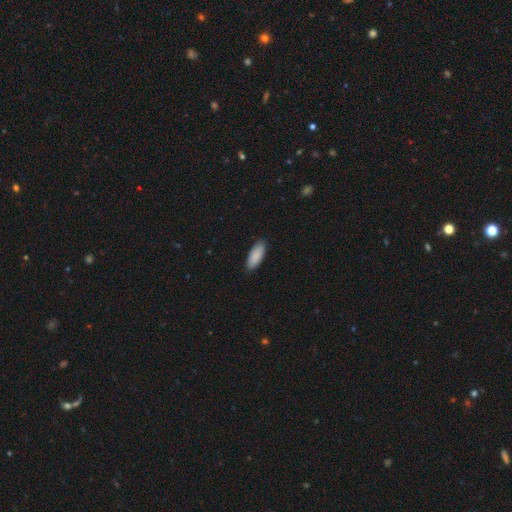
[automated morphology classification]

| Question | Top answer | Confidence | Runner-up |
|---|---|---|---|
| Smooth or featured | smooth | 90% | star or artifact (6%) |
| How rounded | in between | 80% | cigar-shaped (18%) |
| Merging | none | 88% | minor disturbance (9%) |